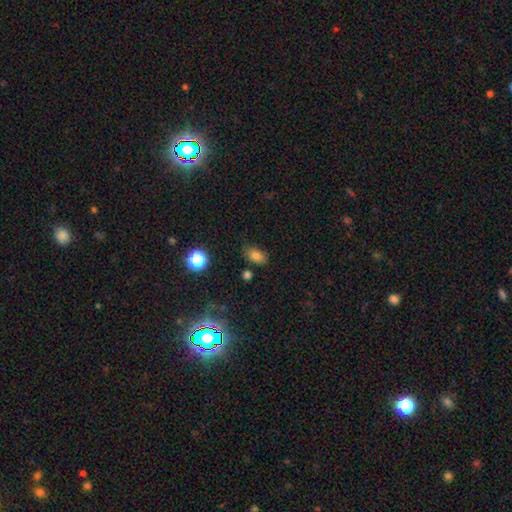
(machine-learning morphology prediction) A smooth galaxy with no disk features (80%) that is in between round and cigar-shaped (86%). Merging: none (77%).